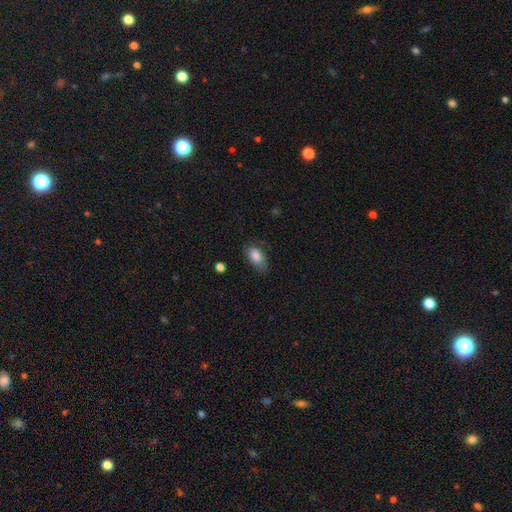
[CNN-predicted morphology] A smooth galaxy with no disk features (85%) that is in between round and cigar-shaped (91%). Merging: none (68%).